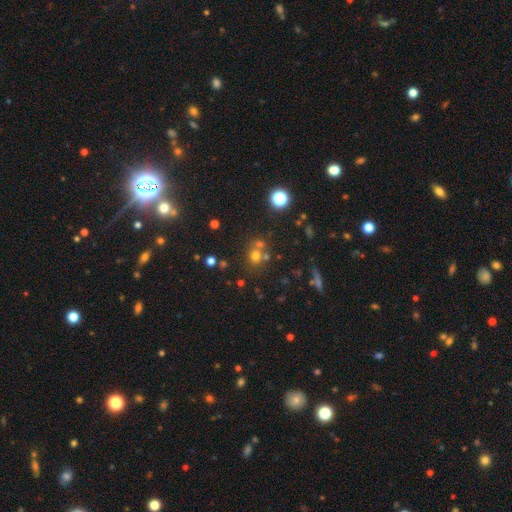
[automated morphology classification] A smooth galaxy with no disk features (63%) that is round (83%).

Vote fractions:
- Smooth or featured? smooth: 63% / star or artifact: 25% / featured or disk: 11%
- How rounded? round: 83% / in between: 16% / cigar-shaped: 1%
- Merging? none: 57% / merger: 30% / minor disturbance: 9% / major disturbance: 4%